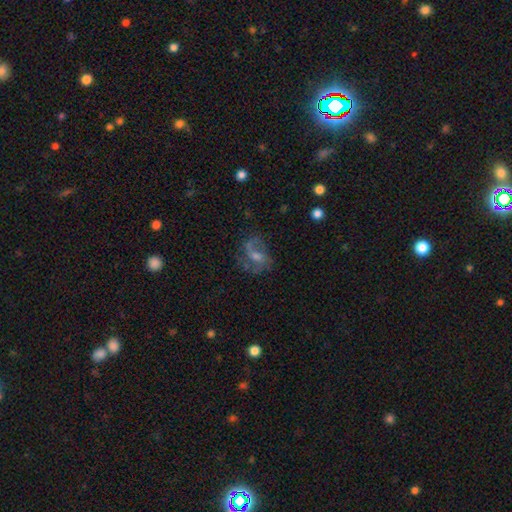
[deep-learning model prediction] Smooth or featured? featured or disk (70%)
Edge-on disk? no (97%)
Bar? weak (46%)
Spiral arms? yes (88%)
Spiral winding? medium (47%)
Spiral arm count? 2 (65%)
Bulge size? moderate (49%)
Merging? none (63%)